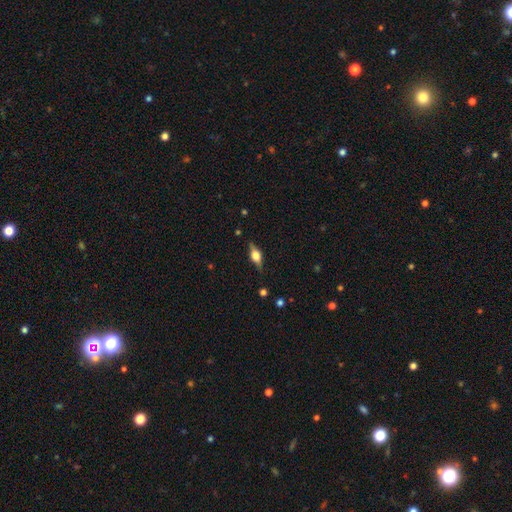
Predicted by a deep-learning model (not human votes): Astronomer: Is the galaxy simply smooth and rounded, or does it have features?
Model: featured or disk — 64%.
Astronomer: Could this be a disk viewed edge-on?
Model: yes — 95%.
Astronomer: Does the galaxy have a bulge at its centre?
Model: rounded — 90%.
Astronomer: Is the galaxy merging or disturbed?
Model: none — 83%.